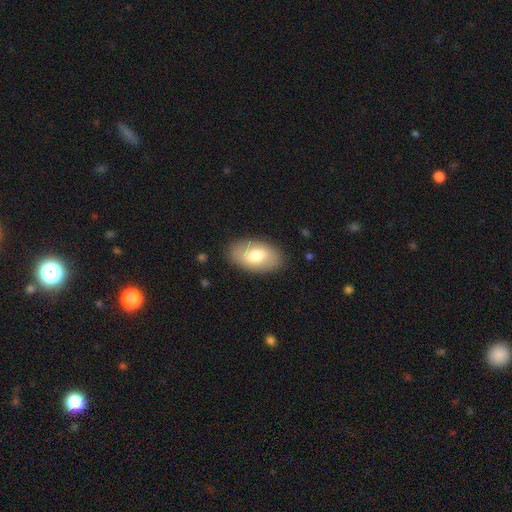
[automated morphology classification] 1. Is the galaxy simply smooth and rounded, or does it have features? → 70% smooth, 24% featured or disk, 6% star or artifact.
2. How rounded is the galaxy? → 94% in between, 5% round, 2% cigar-shaped.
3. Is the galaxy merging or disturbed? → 85% none, 11% minor disturbance, 3% major disturbance, 1% merger.